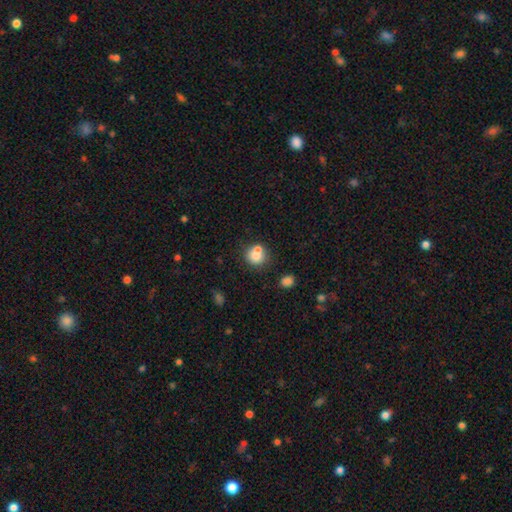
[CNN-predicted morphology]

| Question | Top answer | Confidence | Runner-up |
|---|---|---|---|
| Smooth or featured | smooth | 75% | featured or disk (15%) |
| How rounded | round | 81% | in between (18%) |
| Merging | none | 46% | merger (41%) |